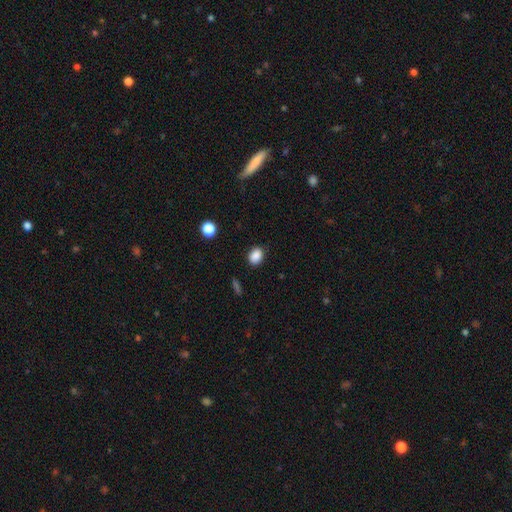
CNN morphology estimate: This is clearly a smooth galaxy (88%). How rounded: possibly in between (58%). Merging: clearly none (87%).